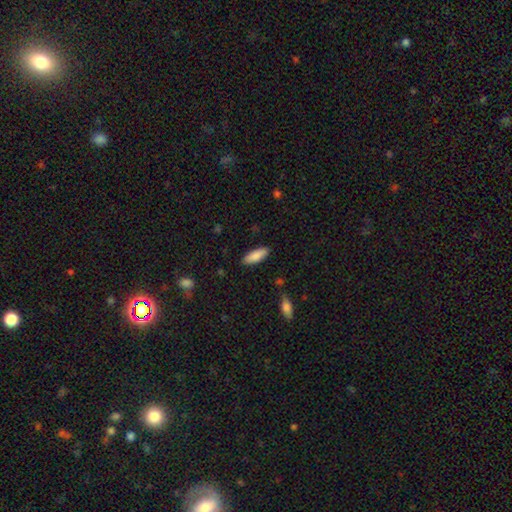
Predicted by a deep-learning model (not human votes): Smooth or featured? Predicted: smooth (p=0.86). How rounded? Predicted: in between (p=0.64). Merging? Predicted: none (p=0.87).